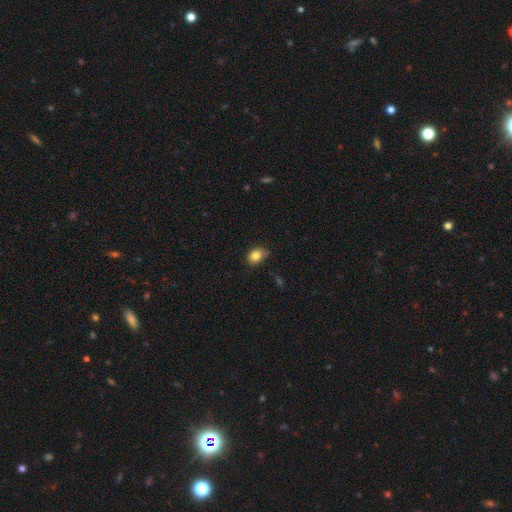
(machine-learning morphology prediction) Smooth or featured: smooth — 84% (star or artifact — 9%)
How rounded: in between — 58% (round — 41%)
Merging: none — 75% (minor disturbance — 20%)